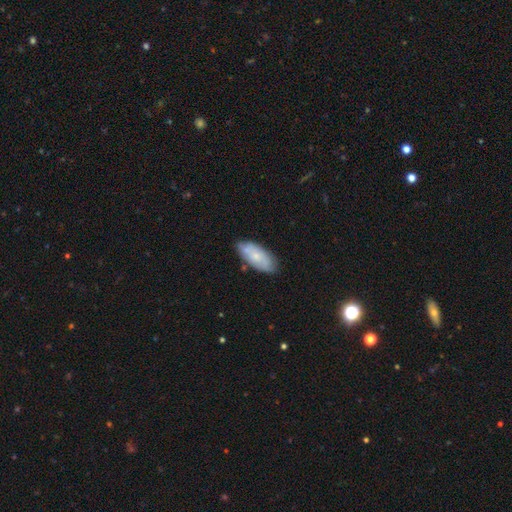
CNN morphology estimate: Smooth or featured?
  - smooth: 61% *
  - featured or disk: 33%
  - star or artifact: 6%
How rounded?
  - in between: 87% *
  - cigar-shaped: 10%
  - round: 2%
Merging?
  - none: 74% *
  - minor disturbance: 19%
  - major disturbance: 3%
  - merger: 3%